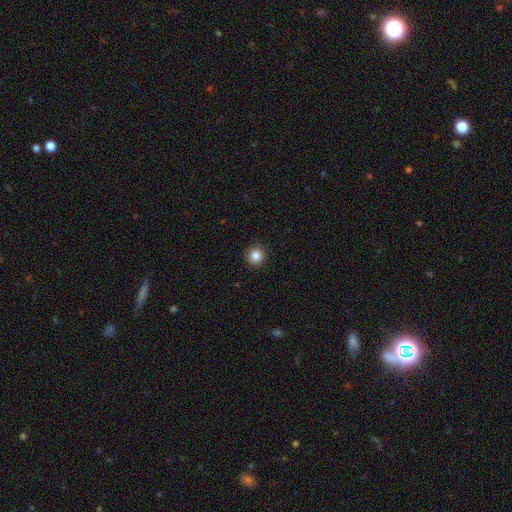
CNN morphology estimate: smooth 85%, star or artifact 11%, featured or disk 4%. Down the decision tree: how rounded — round (95%); merging — none (93%).